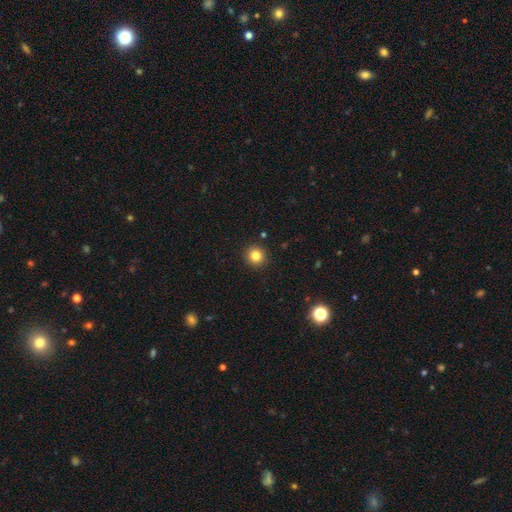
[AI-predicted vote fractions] smooth_or_featured: smooth (p=0.82) [alt: star or artifact p=0.12]
how_rounded: round (p=0.93) [alt: in between p=0.06]
merging: none (p=0.92) [alt: minor disturbance p=0.05]